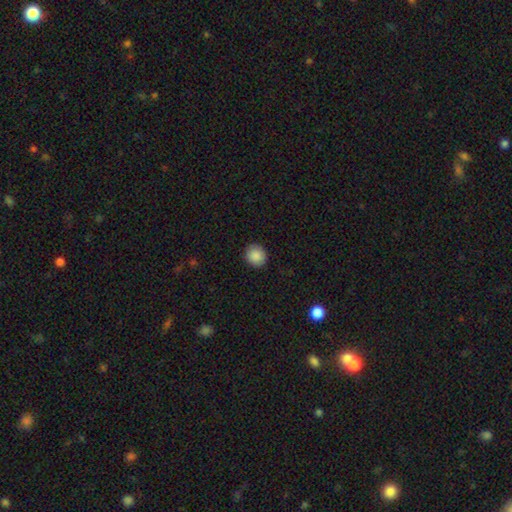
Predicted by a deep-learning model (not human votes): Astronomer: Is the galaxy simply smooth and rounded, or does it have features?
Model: smooth — 89%.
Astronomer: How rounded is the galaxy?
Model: round — 84%.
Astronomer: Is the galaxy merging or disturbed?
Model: none — 90%.